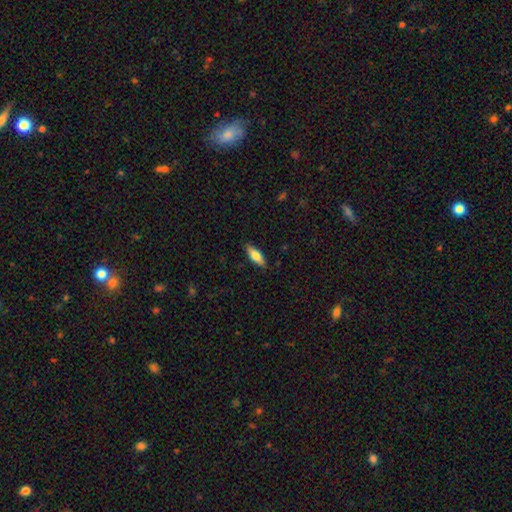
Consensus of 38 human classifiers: This appears to be a smooth galaxy with no disk features (50%) that is cigar-shaped (74%). Merging: none (89%).